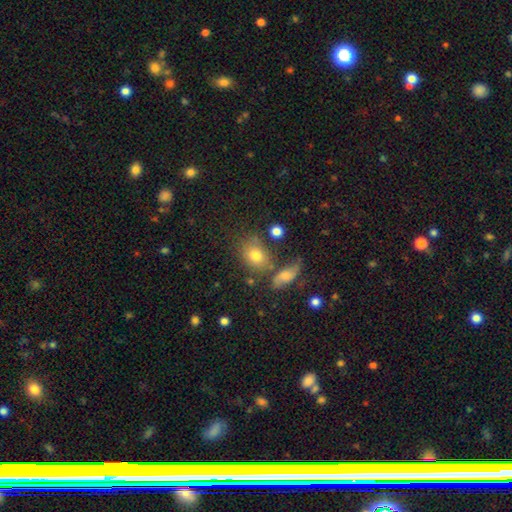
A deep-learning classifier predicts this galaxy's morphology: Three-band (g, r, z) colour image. It shows a smooth galaxy with no disk features (75%) that is in between round and cigar-shaped (61%). Merging: none (61%).